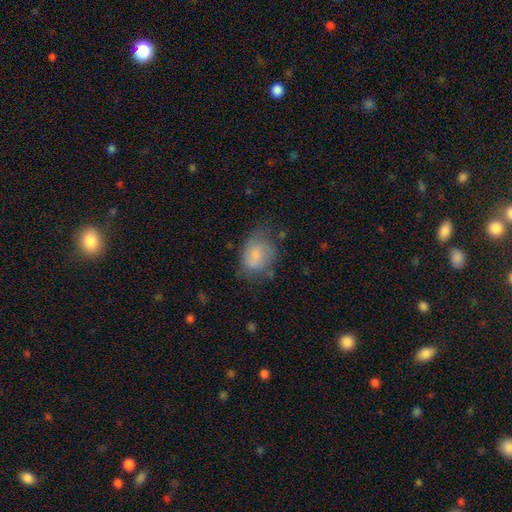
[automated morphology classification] type=smooth (70%); roundness=in between (68%); merging=none (49%).